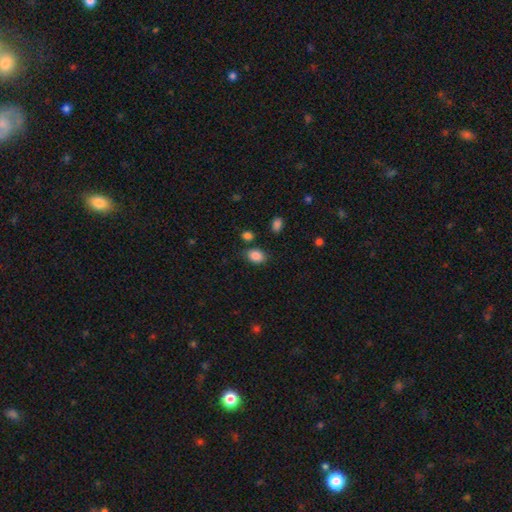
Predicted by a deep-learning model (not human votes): Smooth or featured?
  - smooth: 87% *
  - star or artifact: 9%
  - featured or disk: 4%
How rounded?
  - in between: 71% *
  - round: 28%
  - cigar-shaped: 1%
Merging?
  - none: 77% *
  - minor disturbance: 14%
  - merger: 5%
  - major disturbance: 4%